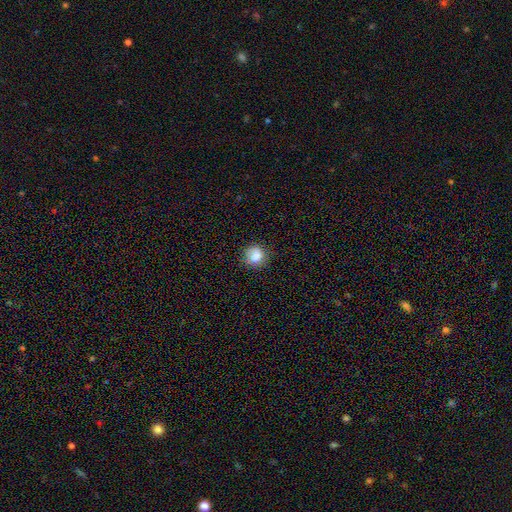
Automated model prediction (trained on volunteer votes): A smooth galaxy with no disk features (81%) that is round (82%).

Vote fractions:
- Smooth or featured? smooth: 81% / star or artifact: 10% / featured or disk: 9%
- How rounded? round: 82% / in between: 17% / cigar-shaped: 1%
- Merging? none: 71% / minor disturbance: 20% / major disturbance: 6% / merger: 3%